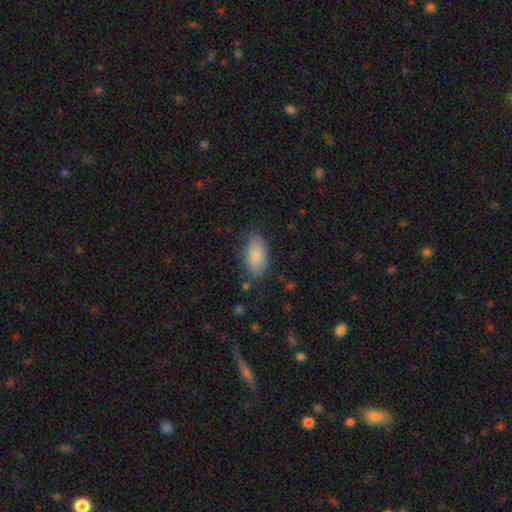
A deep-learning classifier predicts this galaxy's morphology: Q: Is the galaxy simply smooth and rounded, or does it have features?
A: smooth — 84%.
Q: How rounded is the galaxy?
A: in between — 92%.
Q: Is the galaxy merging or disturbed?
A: none — 78%.